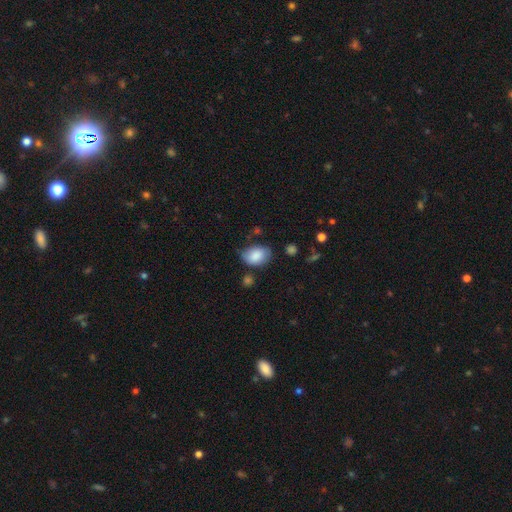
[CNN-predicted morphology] A smooth galaxy with no disk features (85%) that is in between round and cigar-shaped (81%).

Vote fractions:
- Smooth or featured? smooth: 85% / featured or disk: 8% / star or artifact: 7%
- How rounded? in between: 81% / round: 18% / cigar-shaped: 1%
- Merging? none: 64% / minor disturbance: 26% / major disturbance: 6% / merger: 4%